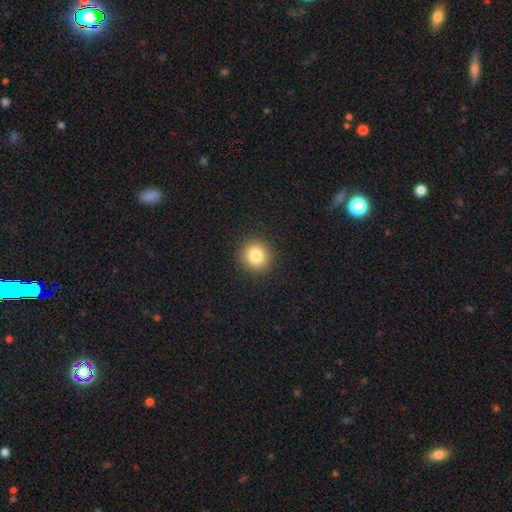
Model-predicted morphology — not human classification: A smooth galaxy with no disk features (82%) that is round (92%). Merging: none (92%).